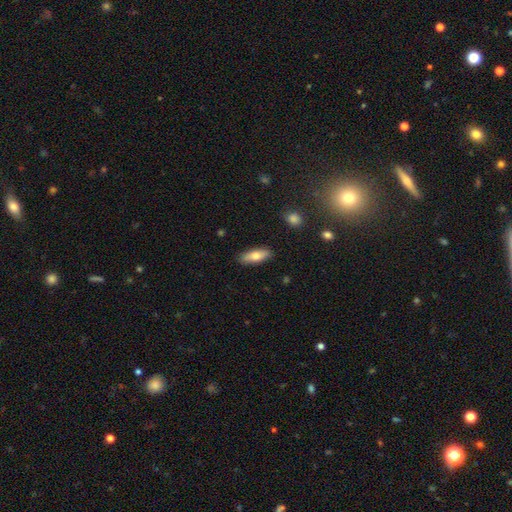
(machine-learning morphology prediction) type=smooth (74%); roundness=in between (57%); merging=none (88%).